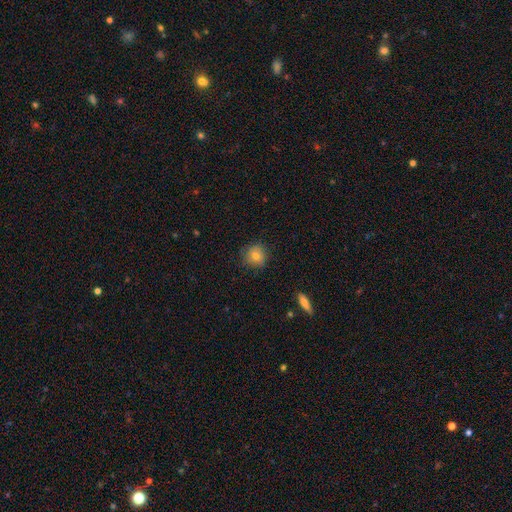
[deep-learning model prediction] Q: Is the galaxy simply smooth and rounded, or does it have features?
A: smooth — 77%.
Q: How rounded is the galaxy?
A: round — 89%.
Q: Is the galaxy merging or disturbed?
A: none — 81%.